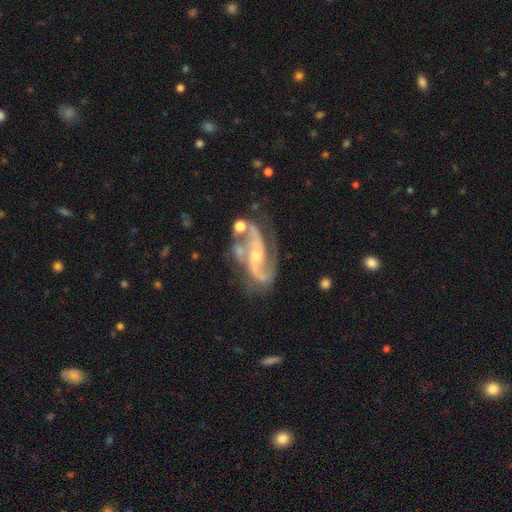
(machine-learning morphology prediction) The model was most divided on "bar": no: 45%, weak: 34%, strong: 21%. Remaining: spiral arms — yes (97%); edge-on disk — no (96%); smooth or featured — featured or disk (89%); spiral arm count — 2 (86%); bulge size — small (56%); merging — none (55%); spiral winding — medium (49%).